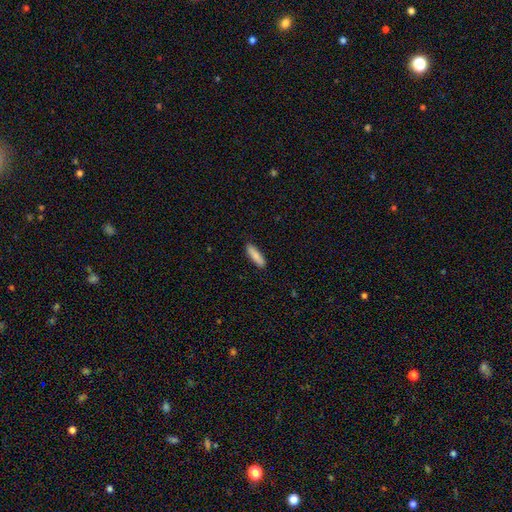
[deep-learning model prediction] Q: Smooth or featured?
A: smooth (84%); runner-up: featured or disk (10%)
Q: How rounded?
A: cigar-shaped (69%); runner-up: in between (29%)
Q: Merging?
A: none (89%); runner-up: minor disturbance (9%)